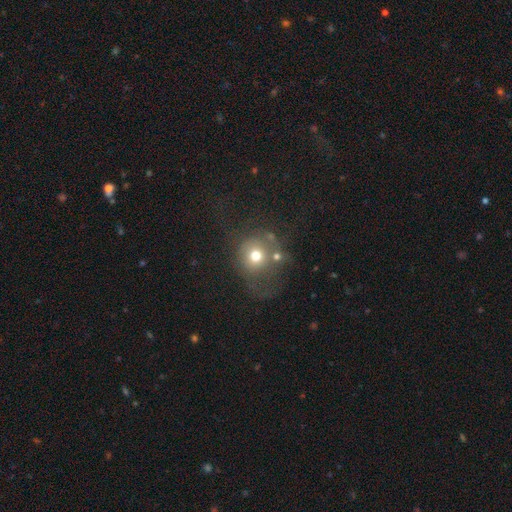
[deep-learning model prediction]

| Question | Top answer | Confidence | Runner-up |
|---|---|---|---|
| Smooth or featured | smooth | 65% | featured or disk (20%) |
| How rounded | round | 87% | in between (13%) |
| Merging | none | 41% | major disturbance (29%) |